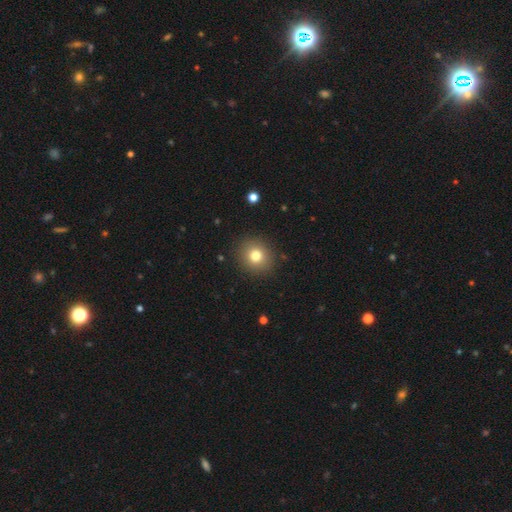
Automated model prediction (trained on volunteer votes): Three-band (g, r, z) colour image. It shows a smooth galaxy with no disk features (78%) that is round (84%). Merging: none (89%).